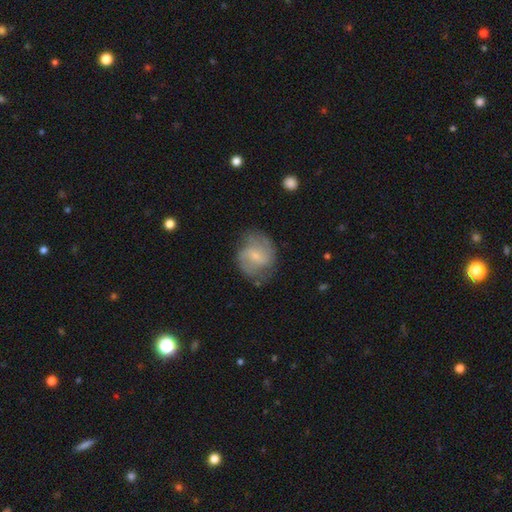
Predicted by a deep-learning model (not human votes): This appears to be a featured or disk galaxy (66%) with a weak bar (54%), 2 (75%) medium (49%) spiral arms (89%) and a small central bulge (63%). Merging: none (68%).